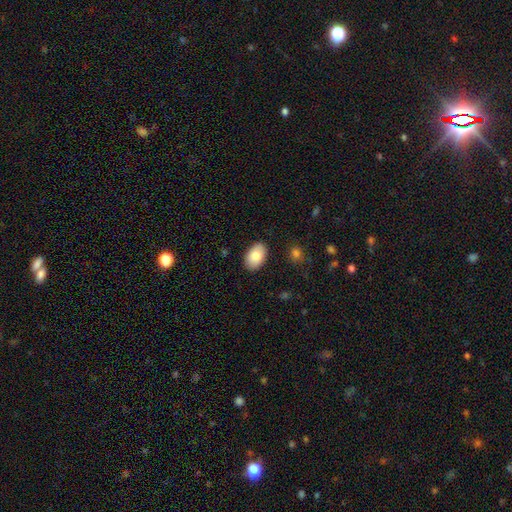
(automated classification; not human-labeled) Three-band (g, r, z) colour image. It shows a smooth galaxy with no disk features (83%) that is in between round and cigar-shaped (92%). Merging: none (88%).